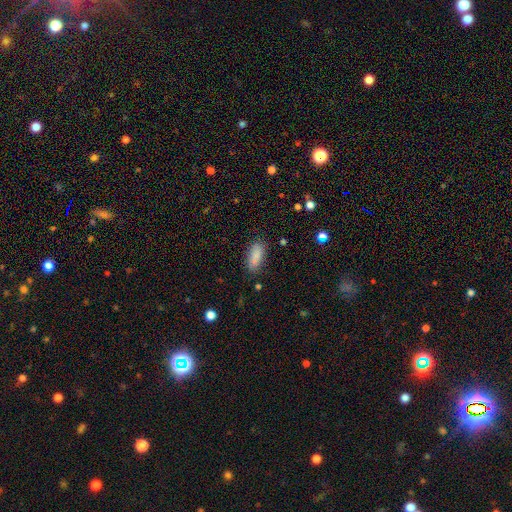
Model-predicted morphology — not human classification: This appears to be a smooth galaxy with no disk features (86%) that is in between round and cigar-shaped (78%). Merging: none (80%).